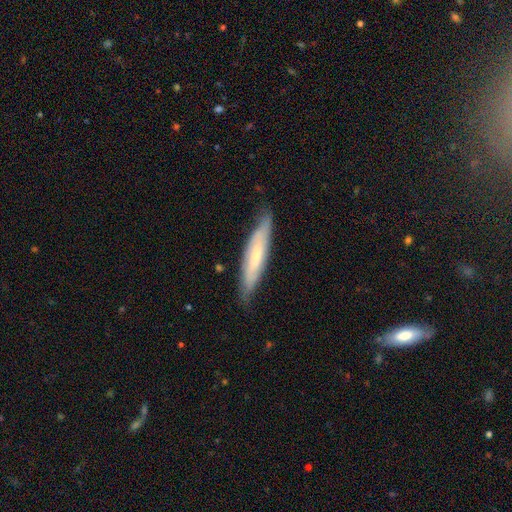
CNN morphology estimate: A featured or disk galaxy (49%). Merging: none (78%).